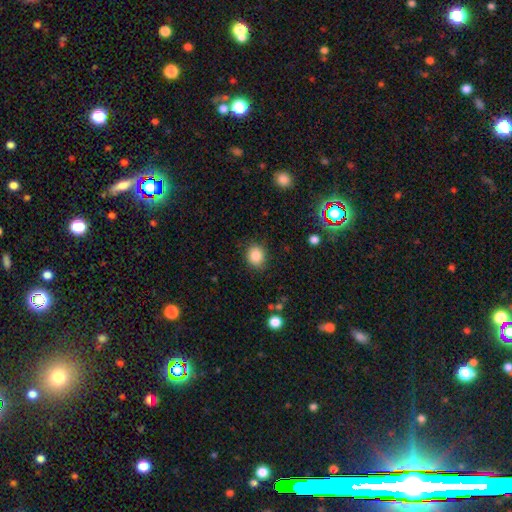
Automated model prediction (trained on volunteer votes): smooth_or_featured: smooth (p=0.85) [alt: star or artifact p=0.10]
how_rounded: round (p=0.62) [alt: in between p=0.37]
merging: none (p=0.85) [alt: minor disturbance p=0.11]